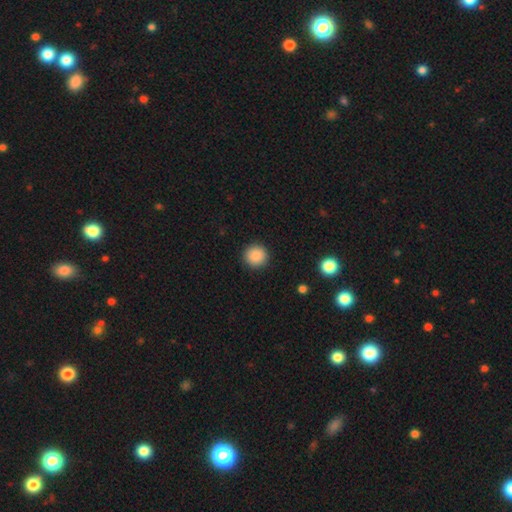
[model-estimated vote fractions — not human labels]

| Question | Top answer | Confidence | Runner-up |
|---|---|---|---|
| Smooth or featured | smooth | 89% | star or artifact (8%) |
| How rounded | round | 95% | in between (4%) |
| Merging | none | 92% | minor disturbance (5%) |